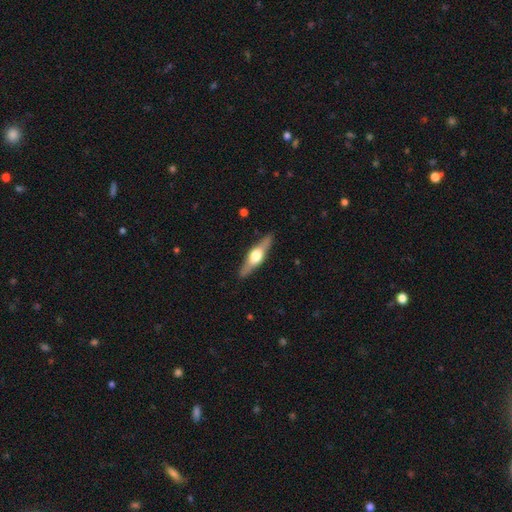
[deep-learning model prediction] Q: Smooth or featured?
A: featured or disk (68%); runner-up: smooth (27%)
Q: Edge-on disk?
A: yes (96%); runner-up: no (4%)
Q: Edge-on bulge?
A: rounded (94%); runner-up: boxy (5%)
Q: Merging?
A: none (89%); runner-up: minor disturbance (8%)